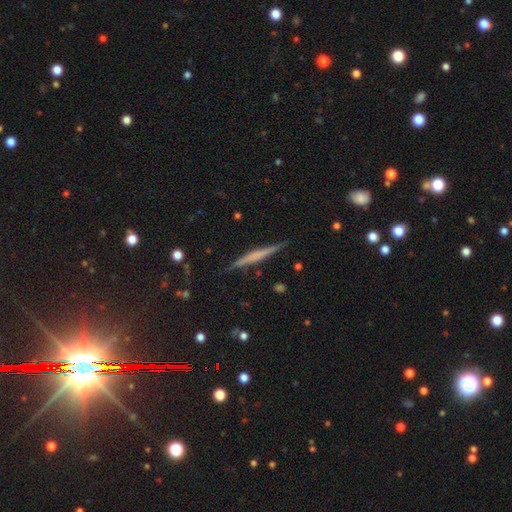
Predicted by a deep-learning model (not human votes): A featured or disk galaxy (56%) viewed edge-on (97%) with no central bulge (66%). Merging: none (87%).